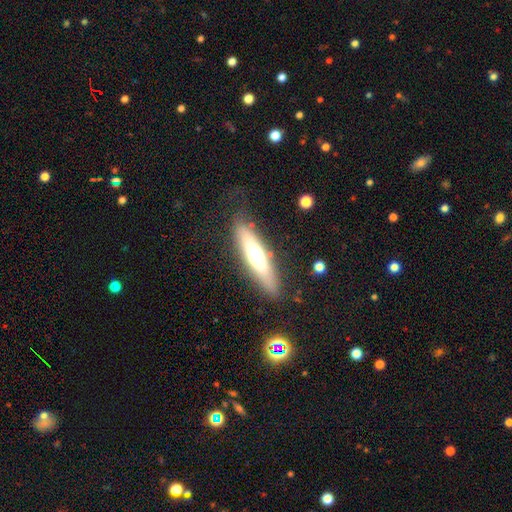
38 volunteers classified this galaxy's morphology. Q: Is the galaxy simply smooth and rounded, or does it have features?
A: featured or disk — 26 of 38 (68%).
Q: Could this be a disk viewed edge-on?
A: yes — 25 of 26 (96%).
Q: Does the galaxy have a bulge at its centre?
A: rounded — 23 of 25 (92%).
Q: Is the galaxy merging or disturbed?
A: none — 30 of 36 (83%).